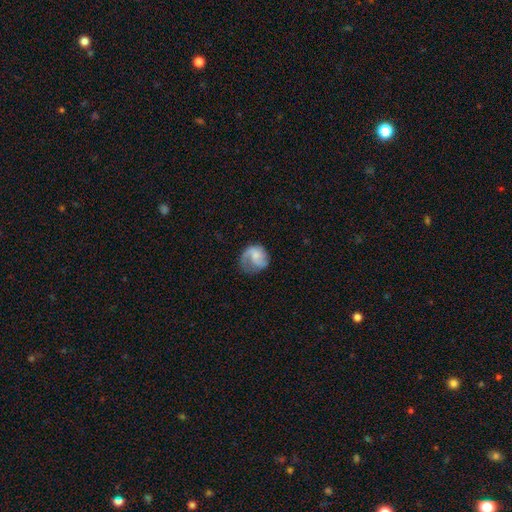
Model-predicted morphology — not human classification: featured or disk 49%, smooth 44%, star or artifact 7%. Down the decision tree: merging — none (49%).